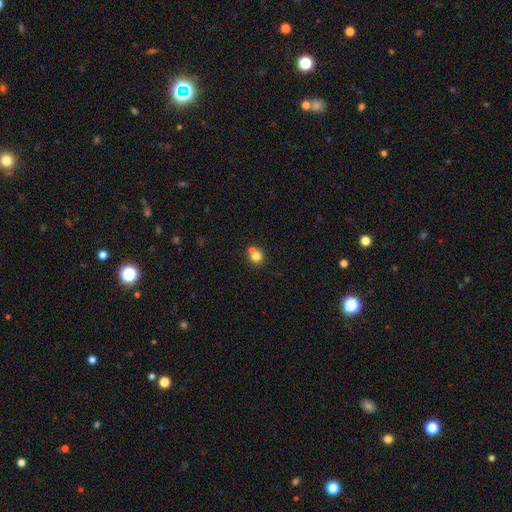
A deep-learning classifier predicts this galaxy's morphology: smooth 78%, star or artifact 12%, featured or disk 10%. Down the decision tree: how rounded — round (88%); merging — none (51%).